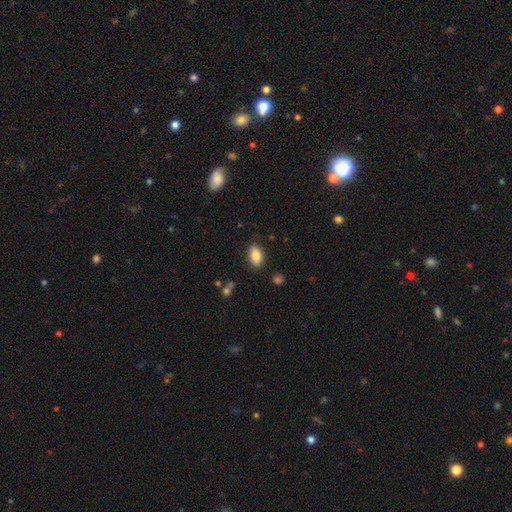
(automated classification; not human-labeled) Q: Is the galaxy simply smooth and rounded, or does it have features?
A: smooth — 87%.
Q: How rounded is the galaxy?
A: in between — 92%.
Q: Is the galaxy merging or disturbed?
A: none — 83%.